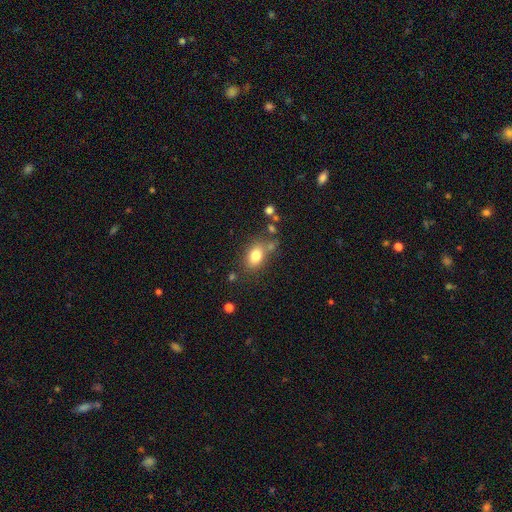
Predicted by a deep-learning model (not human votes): The model was most divided on "merging": none: 68%, minor disturbance: 16%, merger: 10%, major disturbance: 6%. More confident: smooth or featured — smooth (81%); how rounded — in between (79%).